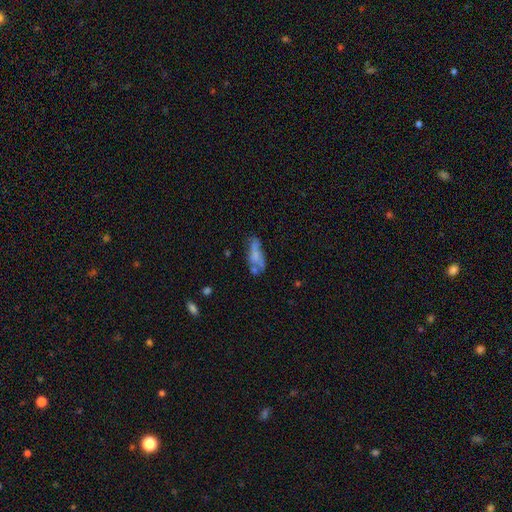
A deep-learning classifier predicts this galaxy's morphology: type=smooth (51%); roundness=in between (58%); merging=none (41%).